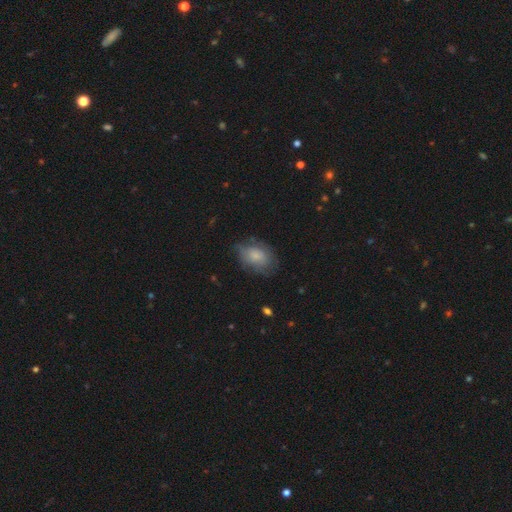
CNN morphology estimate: Smooth or featured: smooth — 67% (featured or disk — 25%)
How rounded: in between — 80% (round — 18%)
Merging: none — 56% (minor disturbance — 29%)